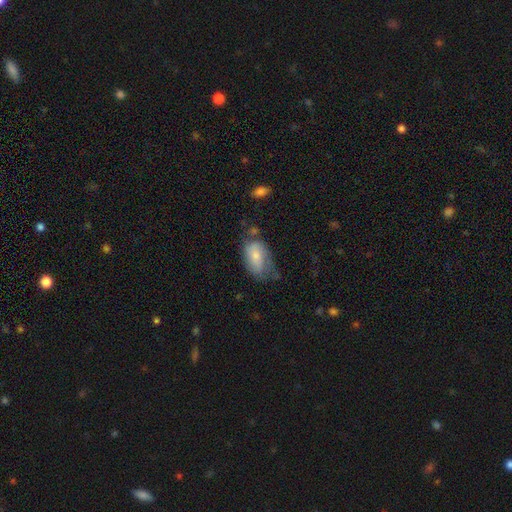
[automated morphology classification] The model was most divided on "merging": minor disturbance: 37%, none: 35%, major disturbance: 22%, merger: 6%. More confident: how rounded — in between (92%); smooth or featured — smooth (70%).